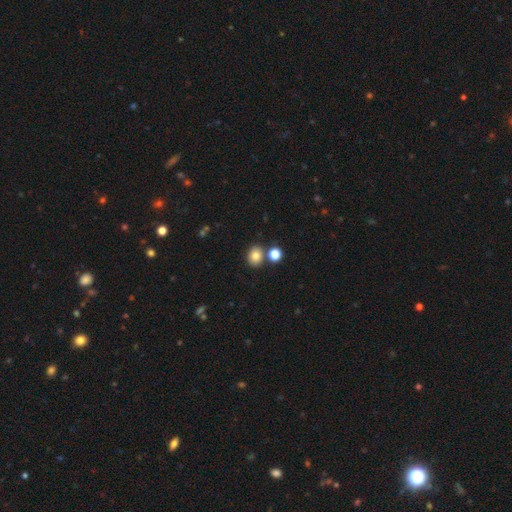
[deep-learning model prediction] Overall: smooth (79%). How rounded: round (66%; in between 33%). Merging: none (76%).